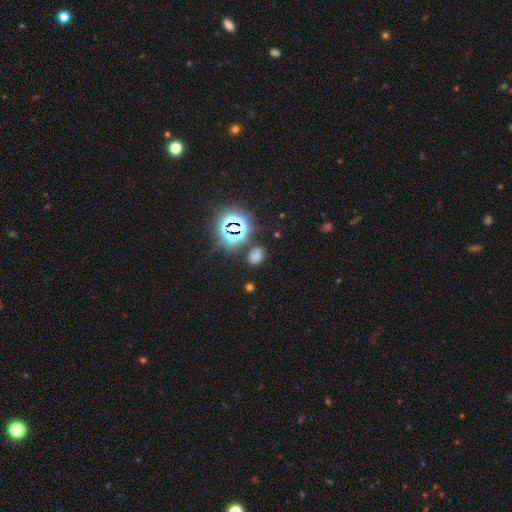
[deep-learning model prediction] Smooth or featured: smooth — 57% (star or artifact — 36%)
How rounded: in between — 69% (round — 30%)
Merging: none — 79% (minor disturbance — 12%)